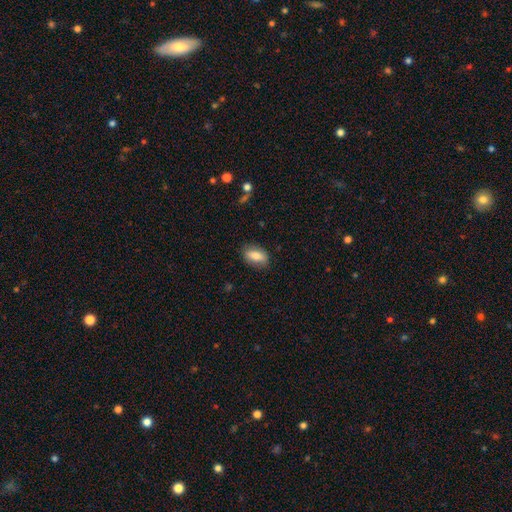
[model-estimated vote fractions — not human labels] This appears to be a smooth galaxy with no disk features (79%) that is in between round and cigar-shaped (88%). Merging: none (83%).